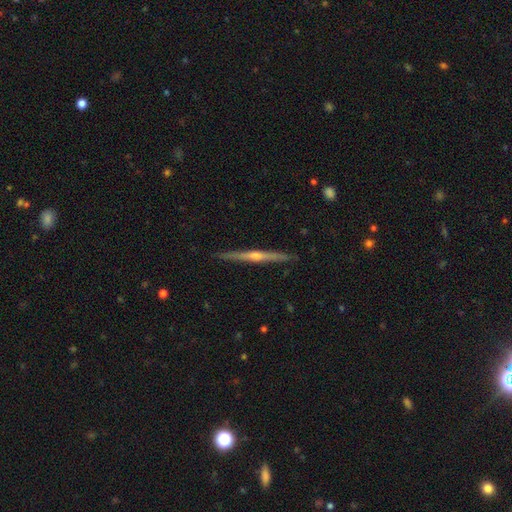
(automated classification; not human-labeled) featured or disk 79%, smooth 15%, star or artifact 6%. Down the decision tree: edge-on disk — yes (98%); edge-on bulge — rounded (82%); merging — none (91%).